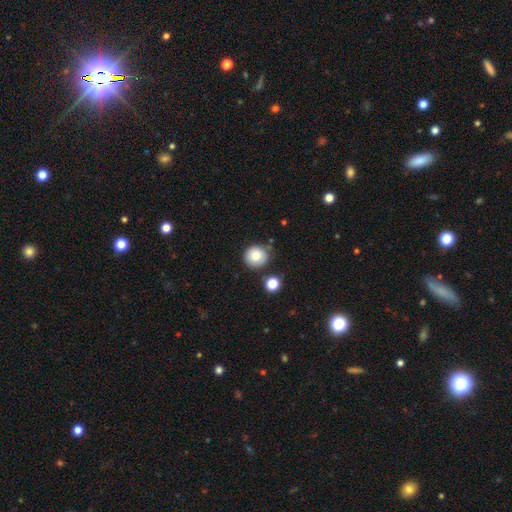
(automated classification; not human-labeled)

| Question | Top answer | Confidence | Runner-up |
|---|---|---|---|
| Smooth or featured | smooth | 82% | star or artifact (10%) |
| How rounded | round | 93% | in between (6%) |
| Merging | none | 79% | minor disturbance (11%) |